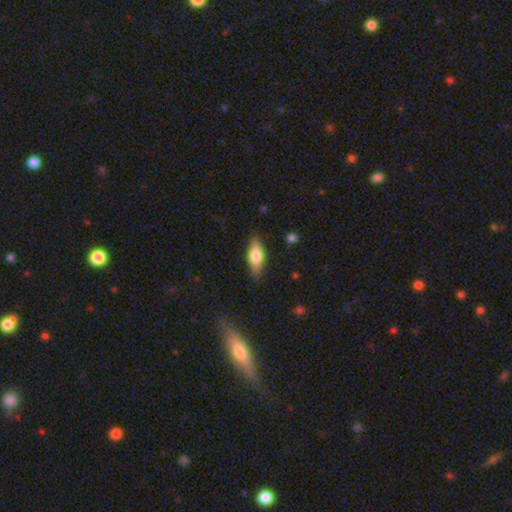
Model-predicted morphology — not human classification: Smooth or featured?
  - smooth: 66% *
  - featured or disk: 27%
  - star or artifact: 7%
How rounded?
  - in between: 73% *
  - cigar-shaped: 24%
  - round: 3%
Merging?
  - none: 80% *
  - minor disturbance: 15%
  - major disturbance: 3%
  - merger: 1%